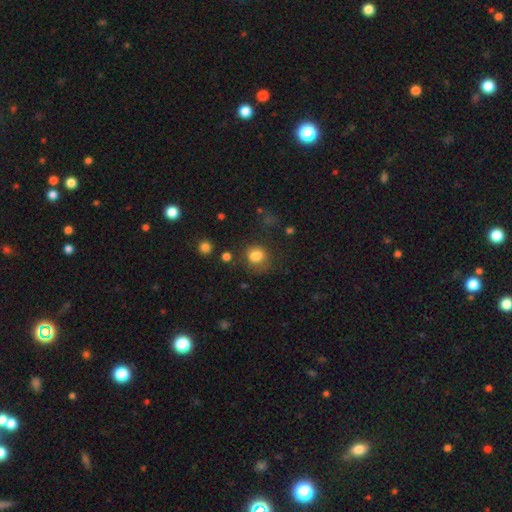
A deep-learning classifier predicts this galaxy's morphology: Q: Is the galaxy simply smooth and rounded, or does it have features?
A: smooth — 81%.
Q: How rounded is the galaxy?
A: round — 60%.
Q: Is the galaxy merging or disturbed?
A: none — 63%.